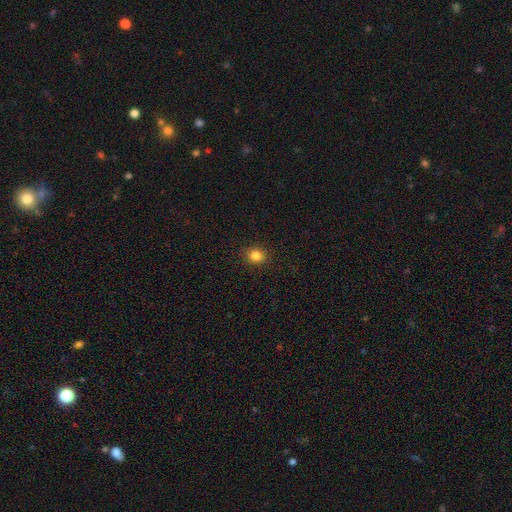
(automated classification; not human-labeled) This is clearly a smooth galaxy (83%). How rounded: likely round (74%). Merging: clearly none (91%).